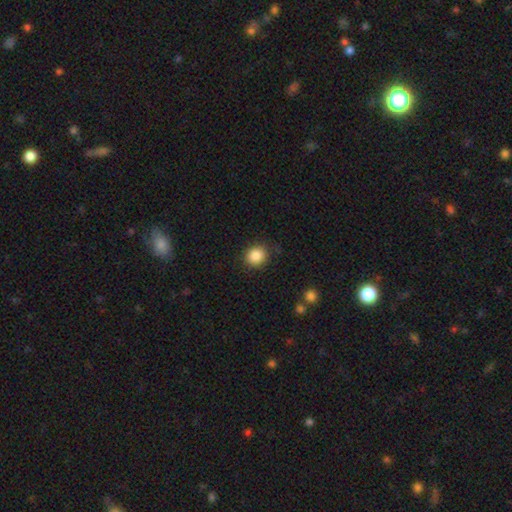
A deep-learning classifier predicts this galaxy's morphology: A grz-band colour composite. It shows a smooth galaxy with no disk features (87%) that is round (81%). Merging: none (85%).